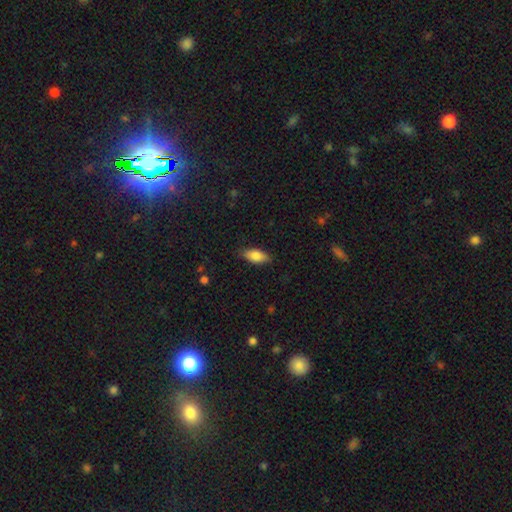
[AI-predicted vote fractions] Overall: smooth (80%). How rounded: in between (85%). Merging: none (84%).